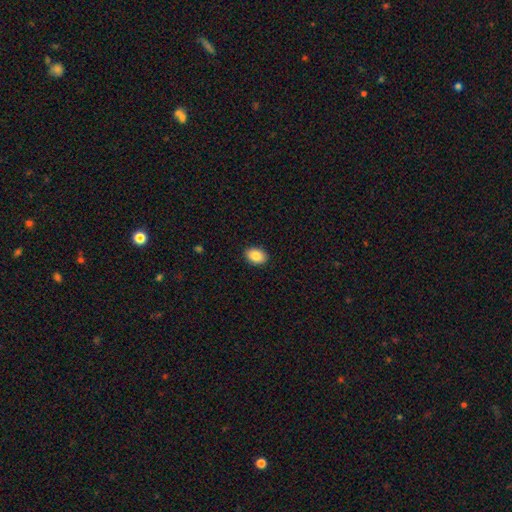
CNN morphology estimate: Smooth or featured? Predicted: smooth (p=0.86). How rounded? Predicted: in between (p=0.81). Merging? Predicted: none (p=0.90).